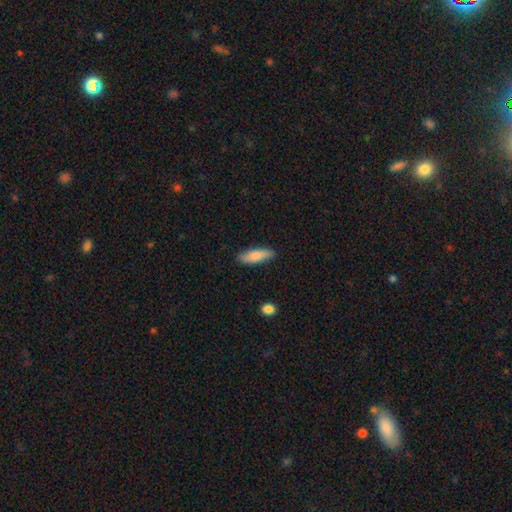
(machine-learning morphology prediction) Q: Smooth or featured?
A: smooth (81%); runner-up: featured or disk (13%)
Q: How rounded?
A: cigar-shaped (56%); runner-up: in between (42%)
Q: Merging?
A: none (83%); runner-up: minor disturbance (13%)